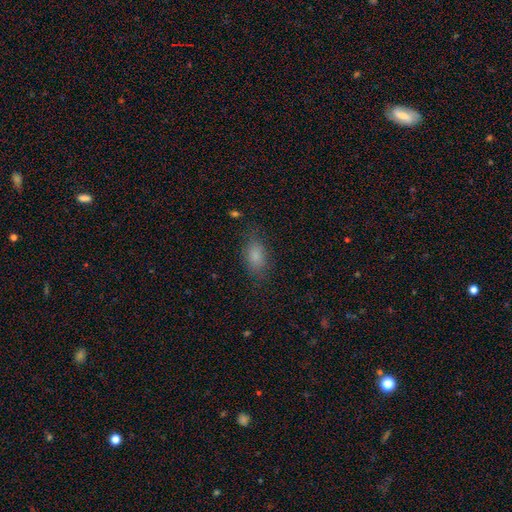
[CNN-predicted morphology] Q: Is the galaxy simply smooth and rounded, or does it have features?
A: smooth — 83%.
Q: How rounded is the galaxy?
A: in between — 87%.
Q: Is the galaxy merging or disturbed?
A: none — 79%.